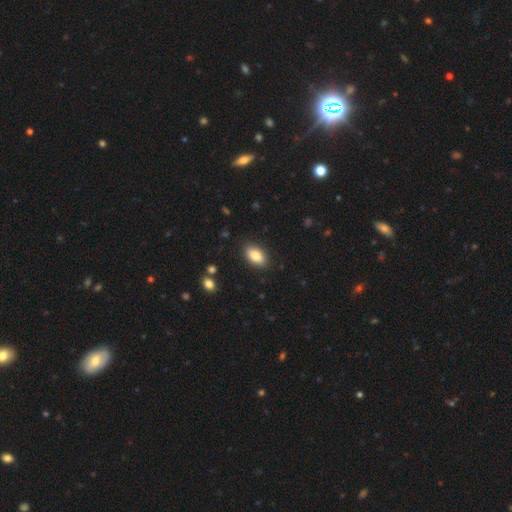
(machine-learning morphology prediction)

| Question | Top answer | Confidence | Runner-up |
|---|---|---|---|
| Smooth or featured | smooth | 83% | featured or disk (10%) |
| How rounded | in between | 91% | round (5%) |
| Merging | none | 87% | minor disturbance (9%) |